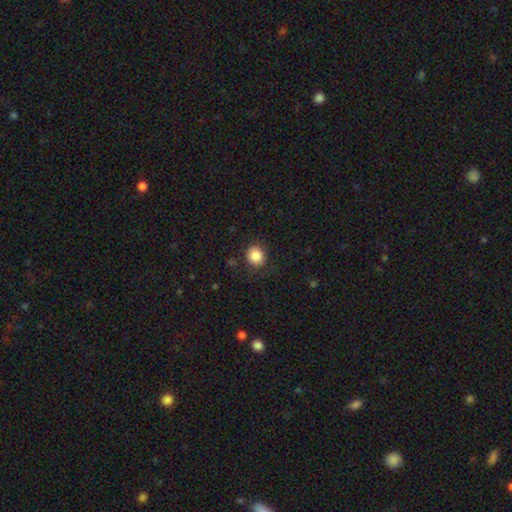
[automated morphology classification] type=smooth (86%); roundness=round (82%); merging=none (86%).